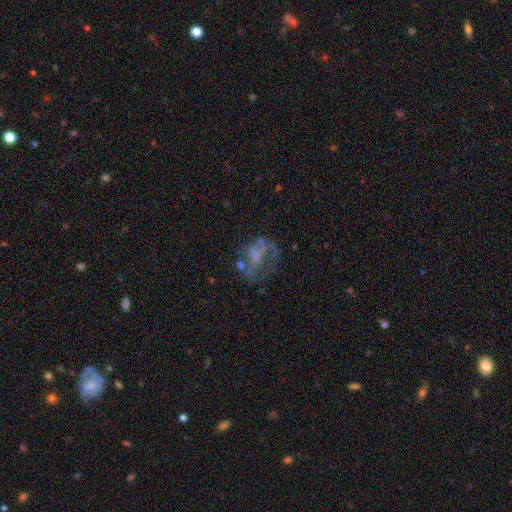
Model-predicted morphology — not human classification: Smooth or featured?
  - featured or disk: 59% *
  - smooth: 27%
  - star or artifact: 14%
Edge-on disk?
  - no: 98% *
  - yes: 2%
Bar?
  - no: 73% *
  - weak: 22%
  - strong: 6%
Spiral arms?
  - no: 66% *
  - yes: 34%
Bulge size?
  - none: 55% *
  - small: 22%
  - moderate: 18%
  - large: 4%
  - dominant: 1%
Merging?
  - none: 39% *
  - major disturbance: 33%
  - minor disturbance: 19%
  - merger: 8%